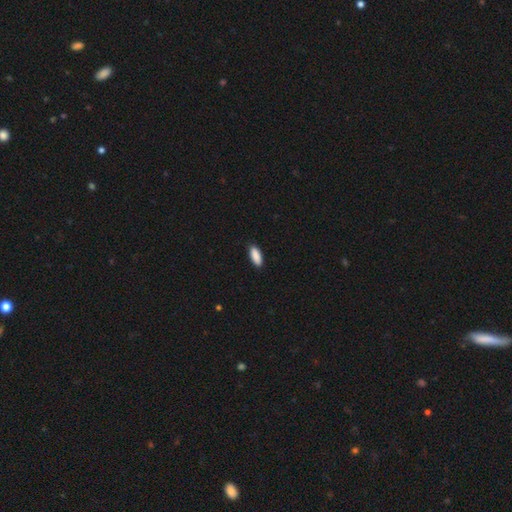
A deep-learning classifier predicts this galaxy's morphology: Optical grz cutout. It shows a smooth galaxy with no disk features (90%) that is in between round and cigar-shaped (77%). Merging: none (88%).